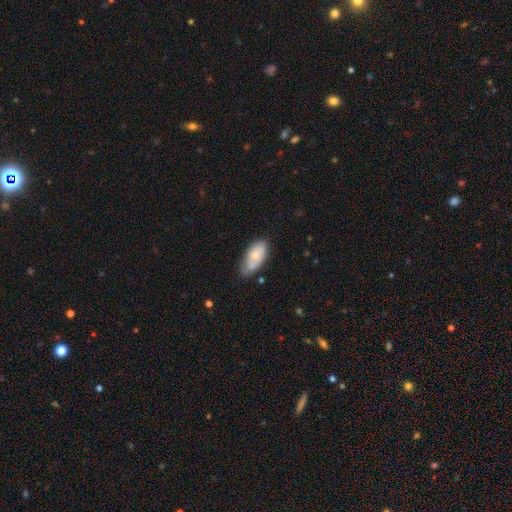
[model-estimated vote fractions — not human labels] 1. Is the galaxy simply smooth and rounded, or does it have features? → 64% smooth, 30% featured or disk, 6% star or artifact.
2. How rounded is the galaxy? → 92% in between, 5% cigar-shaped, 3% round.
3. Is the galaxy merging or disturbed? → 58% none, 32% minor disturbance, 7% major disturbance, 4% merger.